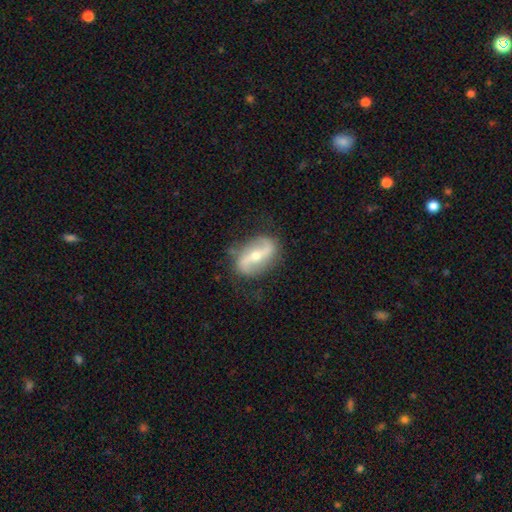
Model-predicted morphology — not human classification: A featured or disk galaxy (82%) with a strong bar (46%), 2 (92%) loose (70%) spiral arms (89%) and a moderate central bulge (54%). Merging: none (80%).